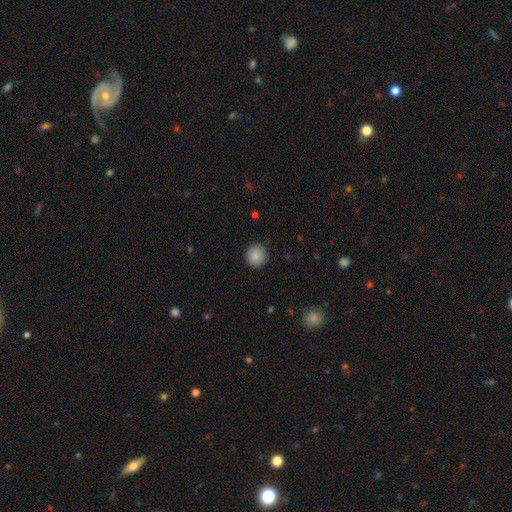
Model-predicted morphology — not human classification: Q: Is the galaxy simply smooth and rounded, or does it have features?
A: smooth — 87%.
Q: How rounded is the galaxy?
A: round — 92%.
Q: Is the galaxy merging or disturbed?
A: none — 88%.